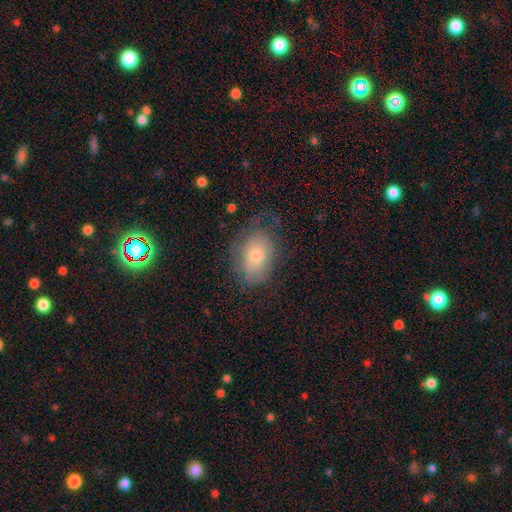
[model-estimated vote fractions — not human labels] A smooth galaxy with no disk features (53%) that is in between round and cigar-shaped (80%).

Vote fractions:
- Smooth or featured? smooth: 53% / featured or disk: 37% / star or artifact: 10%
- How rounded? in between: 80% / round: 18% / cigar-shaped: 1%
- Merging? none: 55% / minor disturbance: 25% / major disturbance: 18% / merger: 1%